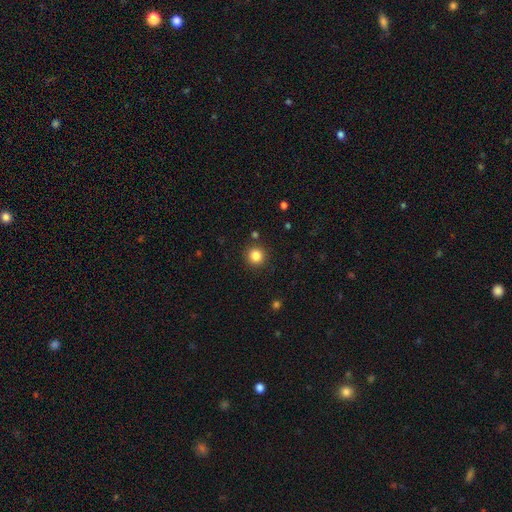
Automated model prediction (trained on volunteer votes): Overall: smooth (84%). How rounded: round (94%). Merging: none (90%).